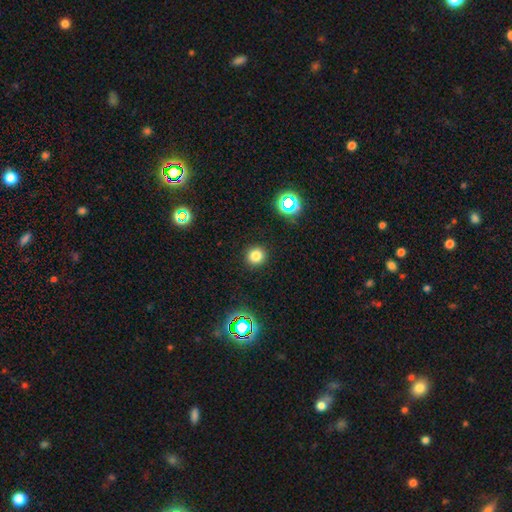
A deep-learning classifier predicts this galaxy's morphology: This appears to be a smooth galaxy with no disk features (78%) that is round (93%). Merging: none (92%).